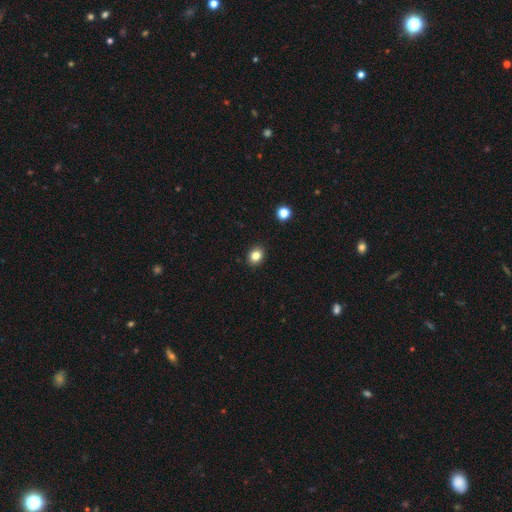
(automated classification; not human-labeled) Q: Smooth or featured?
A: smooth (83%); runner-up: star or artifact (11%)
Q: How rounded?
A: in between (50%); runner-up: round (49%)
Q: Merging?
A: none (90%); runner-up: minor disturbance (7%)